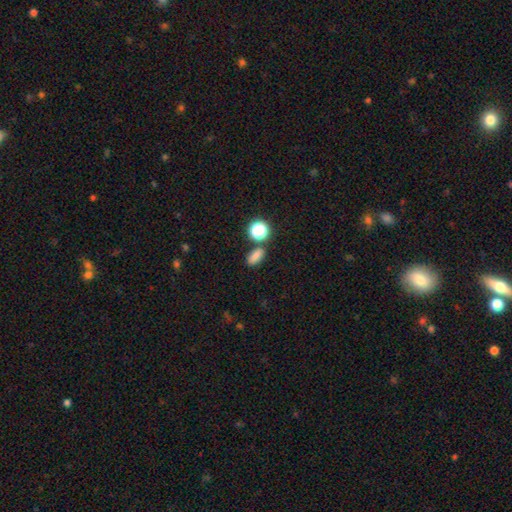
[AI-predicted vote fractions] Overall: smooth (76%). How rounded: in between (75%). Merging: none (76%).